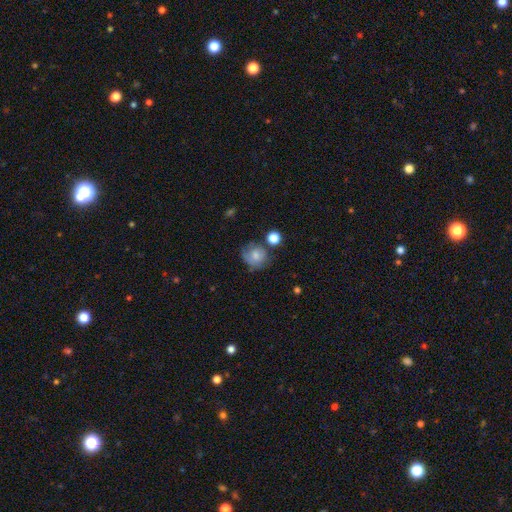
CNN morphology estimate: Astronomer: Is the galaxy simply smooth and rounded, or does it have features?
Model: smooth — 74%.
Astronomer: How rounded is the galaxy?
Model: round — 79%.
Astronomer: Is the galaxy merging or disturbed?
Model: none — 57%.